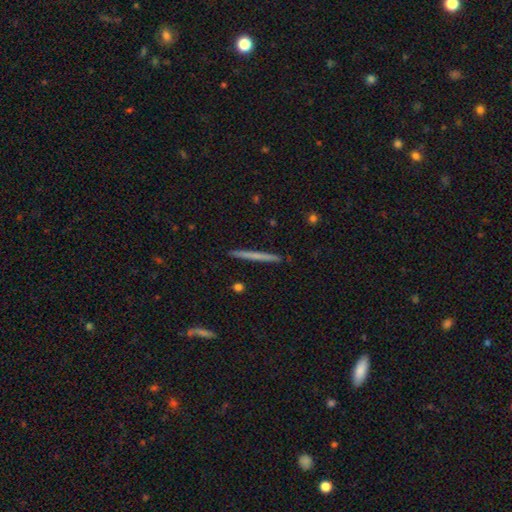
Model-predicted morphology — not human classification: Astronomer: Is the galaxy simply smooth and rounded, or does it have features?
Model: smooth — 53% (runner-up: featured or disk, 41%).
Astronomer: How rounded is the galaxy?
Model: cigar-shaped — 97%.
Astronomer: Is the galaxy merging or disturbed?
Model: none — 93%.